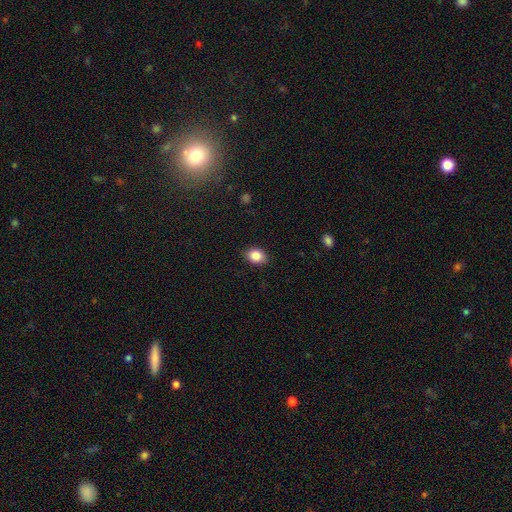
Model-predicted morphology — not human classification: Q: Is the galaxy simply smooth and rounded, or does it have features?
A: smooth — 86%.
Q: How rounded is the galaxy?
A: in between — 63%.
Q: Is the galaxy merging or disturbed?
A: none — 88%.